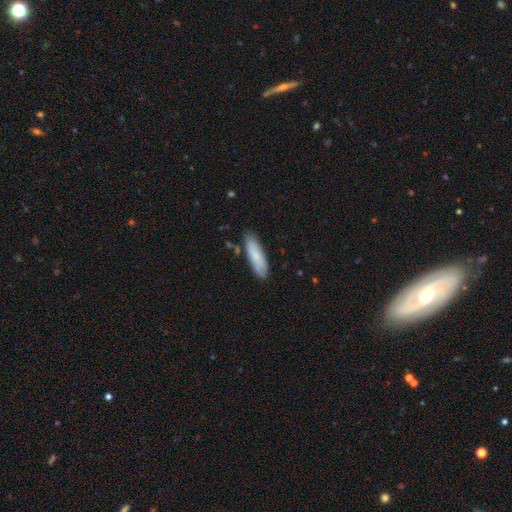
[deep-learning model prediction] This is likely a smooth galaxy (77%). How rounded: possibly cigar-shaped (54%). Merging: clearly none (80%).